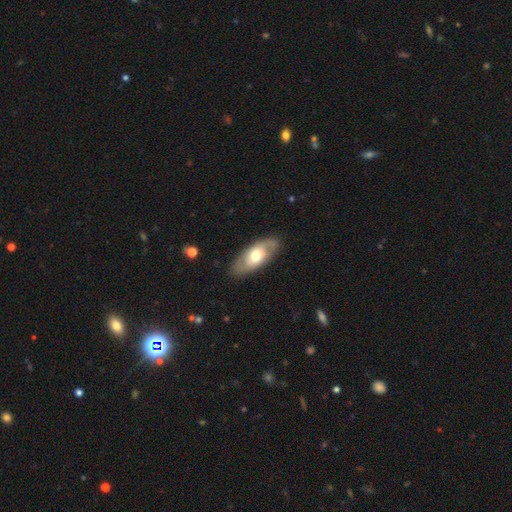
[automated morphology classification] smooth-or-featured: smooth: 52% | featured or disk: 43% | star or artifact: 5%
  how-rounded: in between: 85% | cigar-shaped: 12% | round: 3%
  merging: none: 83% | minor disturbance: 13% | major disturbance: 3% | merger: 1%